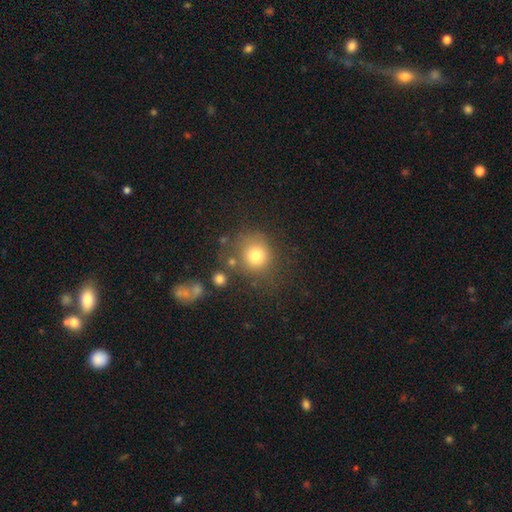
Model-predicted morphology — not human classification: Overall: smooth (77%). How rounded: round (86%). Merging: none (69%).